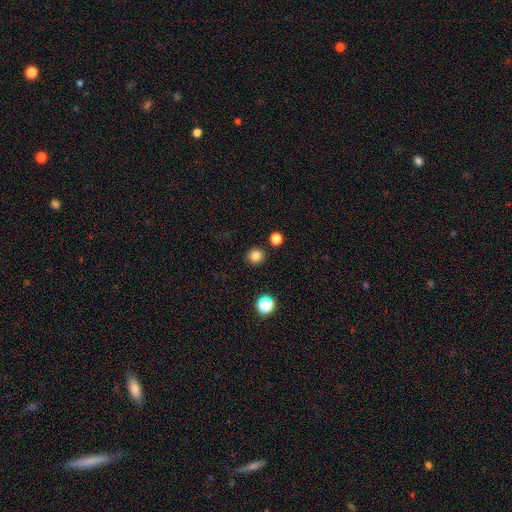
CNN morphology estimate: Overall: smooth (83%). How rounded: round (92%). Merging: none (90%).